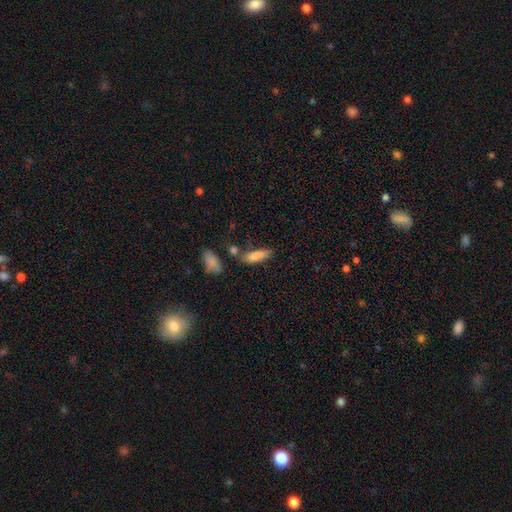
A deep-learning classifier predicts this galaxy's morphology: A smooth galaxy with no disk features (83%) that is cigar-shaped (49%). Merging: none (55%).